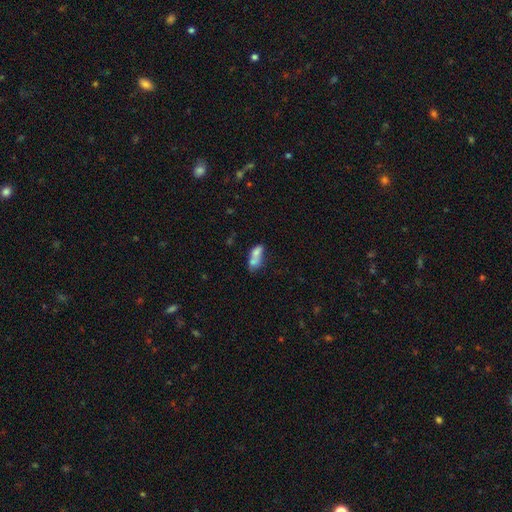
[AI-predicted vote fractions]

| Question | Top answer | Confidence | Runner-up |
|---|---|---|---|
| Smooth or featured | smooth | 65% | featured or disk (25%) |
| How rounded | in between | 73% | cigar-shaped (17%) |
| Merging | merger | 57% | none (23%) |